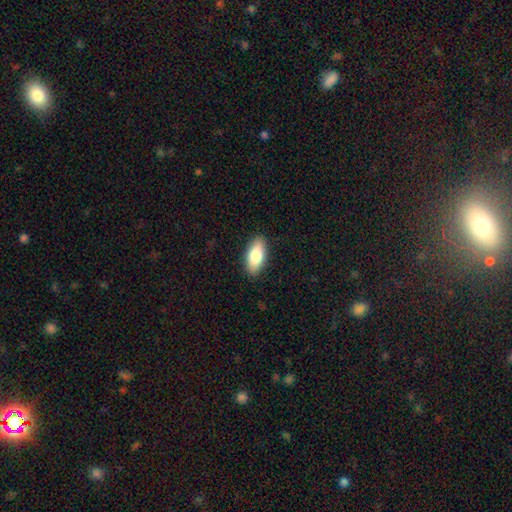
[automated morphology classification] Overall: smooth (83%). How rounded: in between (87%). Merging: none (88%).